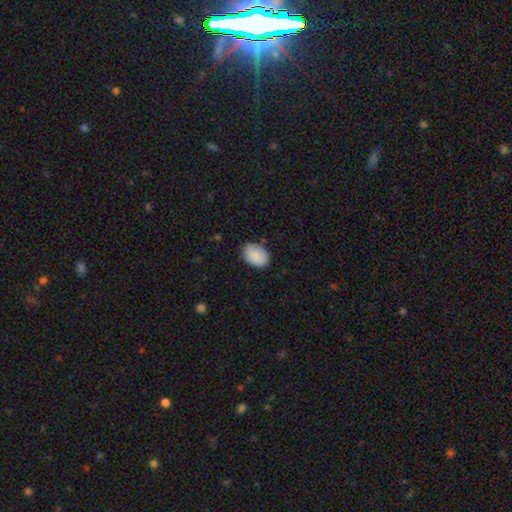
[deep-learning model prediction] The model was most divided on "how rounded": in between: 84%, round: 15%, cigar-shaped: 1%. More confident: smooth or featured — smooth (90%); merging — none (83%).